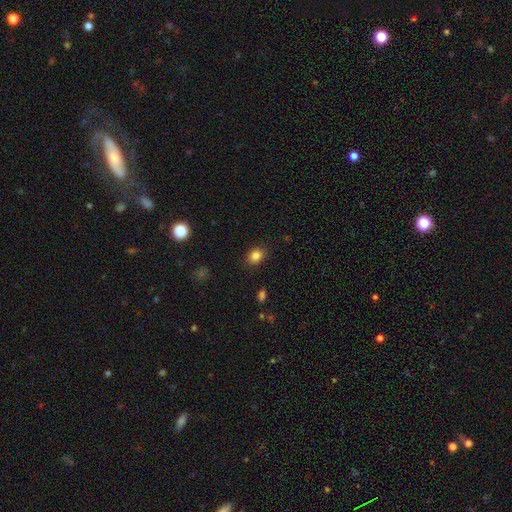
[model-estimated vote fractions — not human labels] Smooth or featured? smooth (84%)
How rounded? in between (60%)
Merging? none (87%)